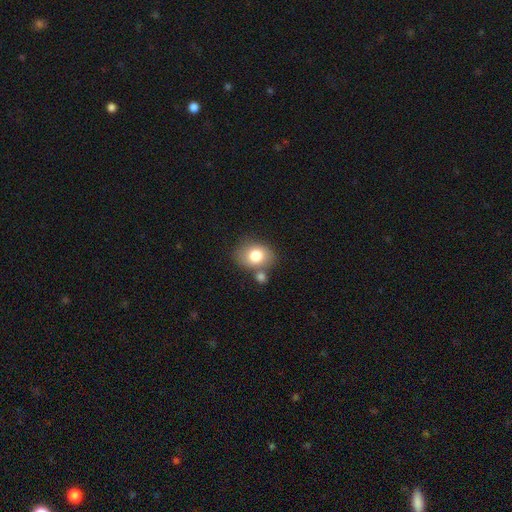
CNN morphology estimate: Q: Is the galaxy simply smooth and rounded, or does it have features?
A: smooth — 78%.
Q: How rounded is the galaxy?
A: in between — 61%.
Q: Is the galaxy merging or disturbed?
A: none — 61%.